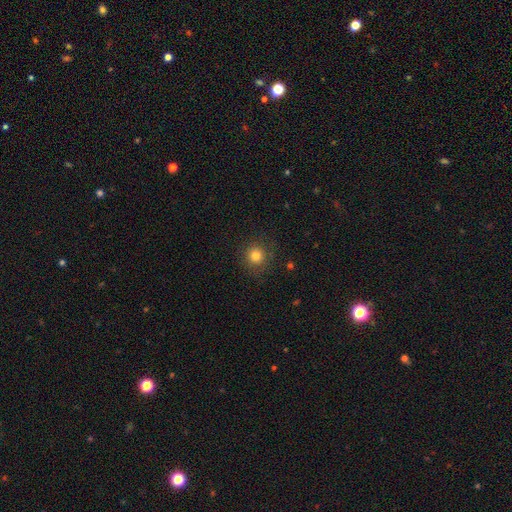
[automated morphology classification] The model was most divided on "smooth or featured": smooth: 81%, star or artifact: 13%, featured or disk: 6%. More confident: how rounded — round (93%); merging — none (88%).